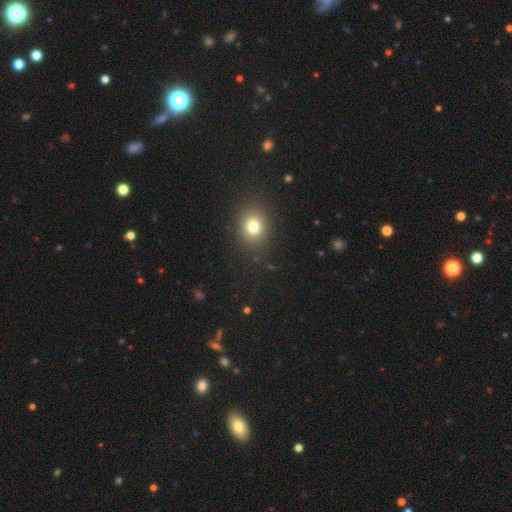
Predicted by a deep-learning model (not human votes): This is likely a smooth galaxy (66%). How rounded: likely round (72%). Merging: clearly none (89%).